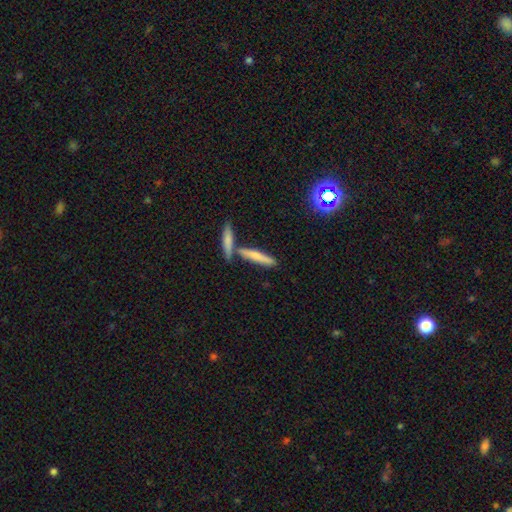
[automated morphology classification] A smooth galaxy with no disk features (43%).

Vote fractions:
- Smooth or featured? smooth: 43% / featured or disk: 37% / star or artifact: 21%
- Merging? none: 59% / merger: 25% / minor disturbance: 10% / major disturbance: 6%